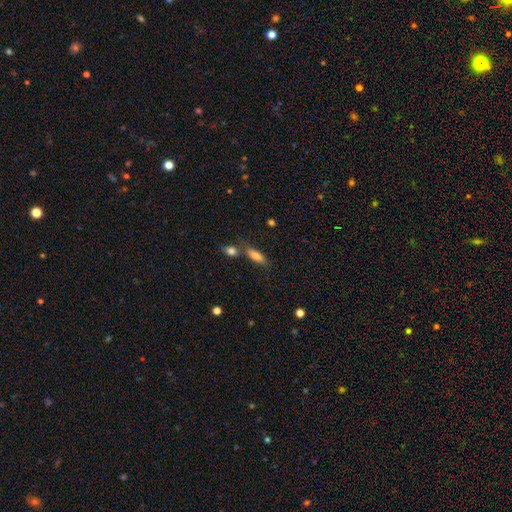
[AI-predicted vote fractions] This appears to be a smooth galaxy with no disk features (79%) that is in between round and cigar-shaped (59%). Merging: none (62%).